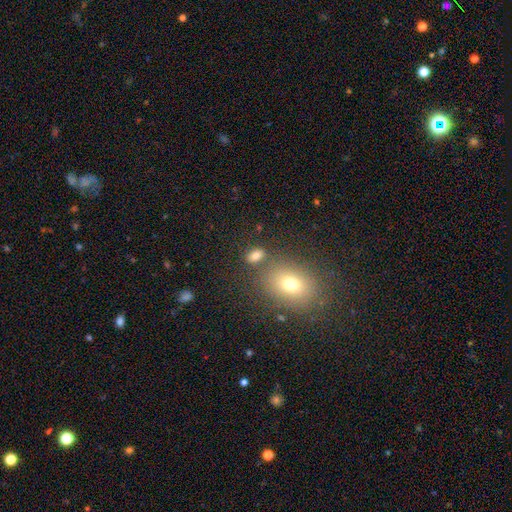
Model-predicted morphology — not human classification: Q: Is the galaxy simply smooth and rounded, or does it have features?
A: smooth — 75%.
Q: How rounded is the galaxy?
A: in between — 79%.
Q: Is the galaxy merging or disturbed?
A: none — 71%.